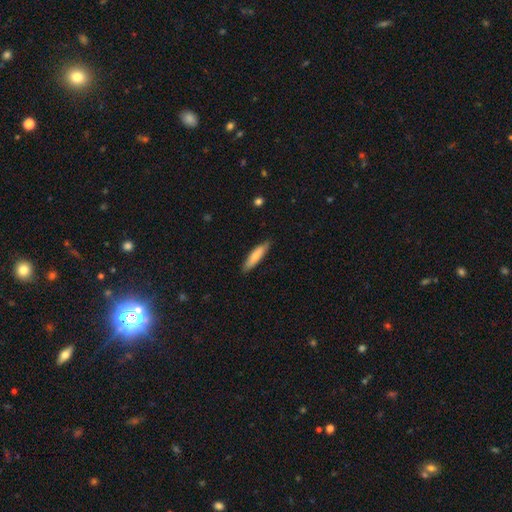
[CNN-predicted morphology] smooth-or-featured: smooth: 78% | featured or disk: 16% | star or artifact: 5%
  how-rounded: cigar-shaped: 78% | in between: 21% | round: 1%
  merging: none: 86% | minor disturbance: 11% | major disturbance: 2% | merger: 1%